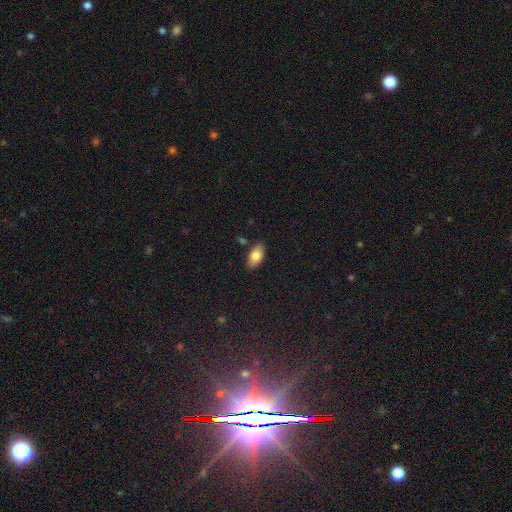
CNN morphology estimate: Smooth or featured? Predicted: smooth (p=0.81). How rounded? Predicted: in between (p=0.92). Merging? Predicted: none (p=0.84).